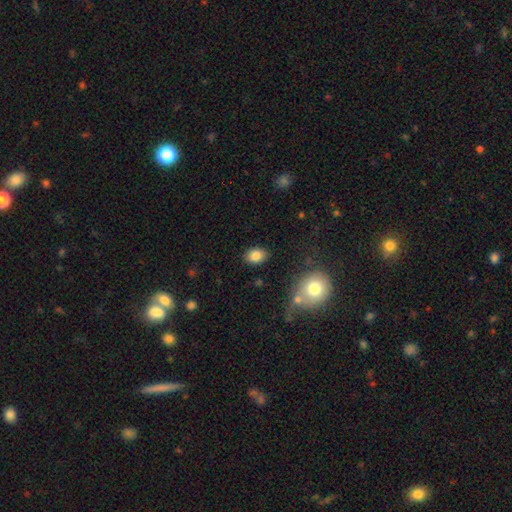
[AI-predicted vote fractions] The model was most divided on "how rounded": in between: 70%, round: 29%, cigar-shaped: 1%. More confident: merging — none (86%); smooth or featured — smooth (84%).